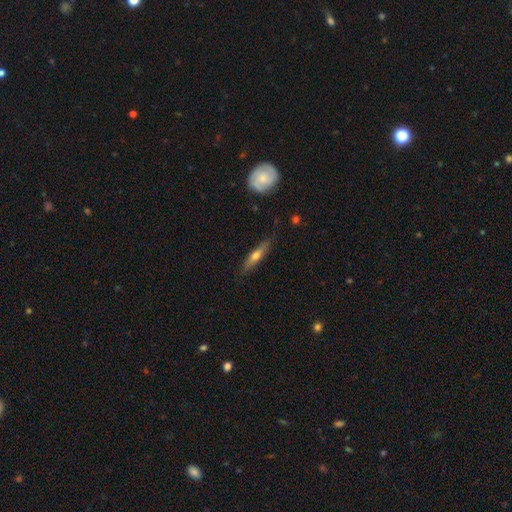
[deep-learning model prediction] Smooth or featured? smooth (47%)
Merging? none (84%)